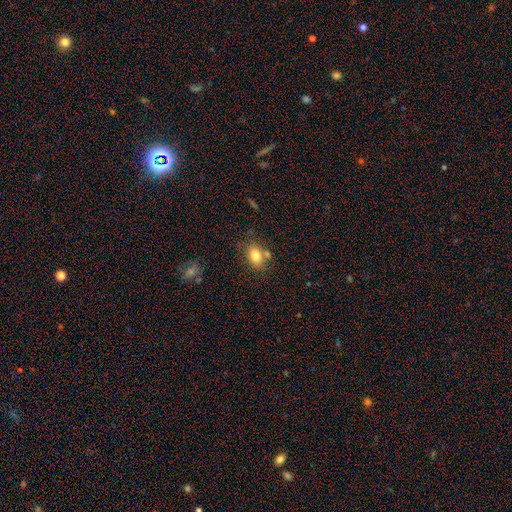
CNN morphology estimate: This appears to be a smooth galaxy with no disk features (80%) that is in between round and cigar-shaped (77%). Merging: none (65%).